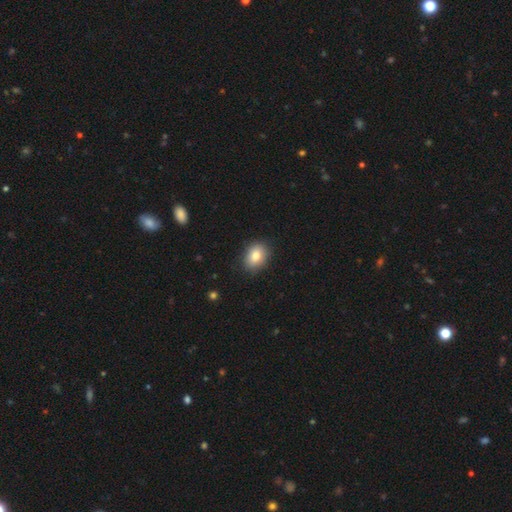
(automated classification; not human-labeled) Q: Smooth or featured?
A: smooth (82%); runner-up: featured or disk (10%)
Q: How rounded?
A: in between (65%); runner-up: round (34%)
Q: Merging?
A: none (86%); runner-up: minor disturbance (11%)